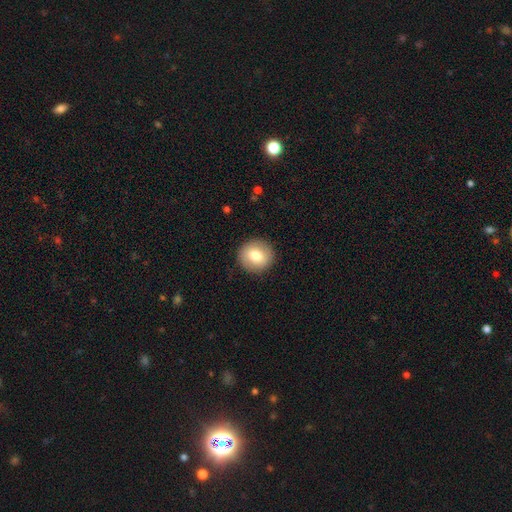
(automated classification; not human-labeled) smooth-or-featured: smooth: 78% | featured or disk: 14% | star or artifact: 8%
  how-rounded: round: 91% | in between: 8% | cigar-shaped: 1%
  merging: none: 91% | minor disturbance: 6% | major disturbance: 2% | merger: 1%